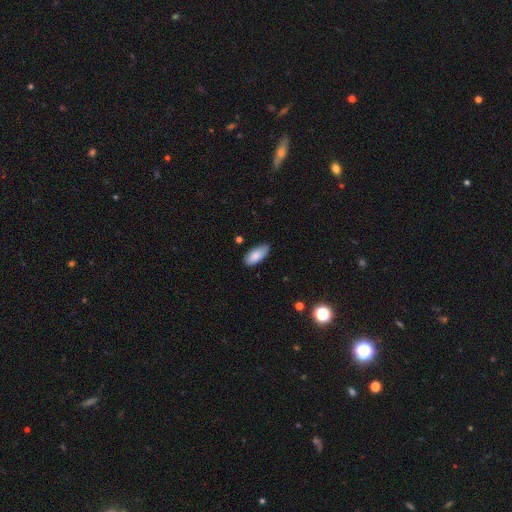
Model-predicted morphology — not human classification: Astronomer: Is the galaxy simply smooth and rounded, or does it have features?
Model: smooth — 85%.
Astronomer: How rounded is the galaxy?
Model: in between — 89%.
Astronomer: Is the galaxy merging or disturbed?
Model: none — 80%.